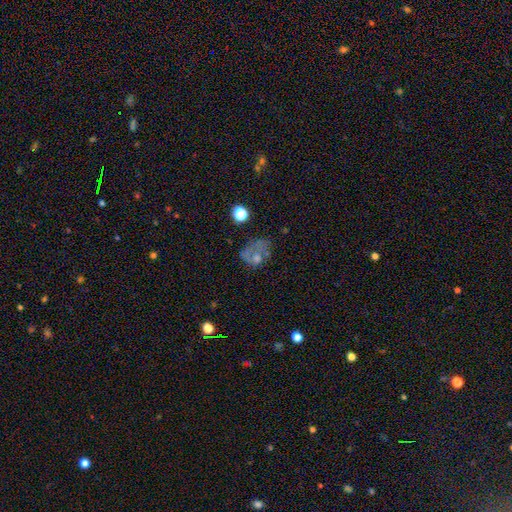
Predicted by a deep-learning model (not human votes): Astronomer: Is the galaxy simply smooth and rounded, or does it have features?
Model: smooth — 46% (runner-up: featured or disk, 36%).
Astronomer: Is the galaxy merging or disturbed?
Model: major disturbance — 36% (runner-up: none, 30%).